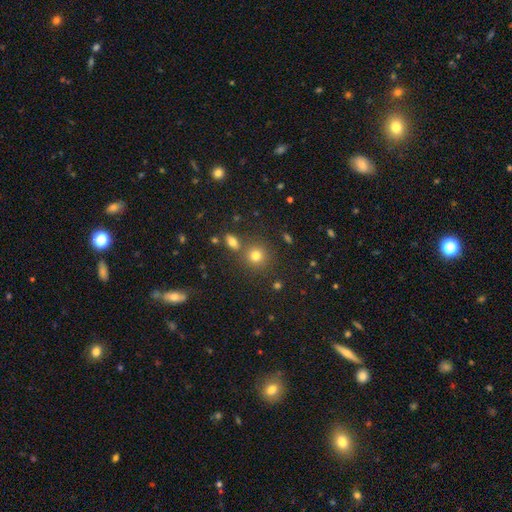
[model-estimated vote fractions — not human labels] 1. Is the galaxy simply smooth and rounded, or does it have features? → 77% smooth, 15% star or artifact, 8% featured or disk.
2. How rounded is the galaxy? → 86% round, 13% in between, 1% cigar-shaped.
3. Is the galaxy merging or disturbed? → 75% none, 13% merger, 9% minor disturbance, 3% major disturbance.